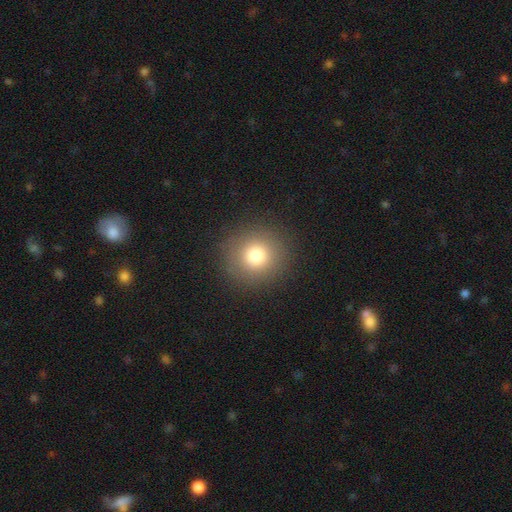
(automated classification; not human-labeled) Overall: smooth (78%). How rounded: round (92%). Merging: none (90%).